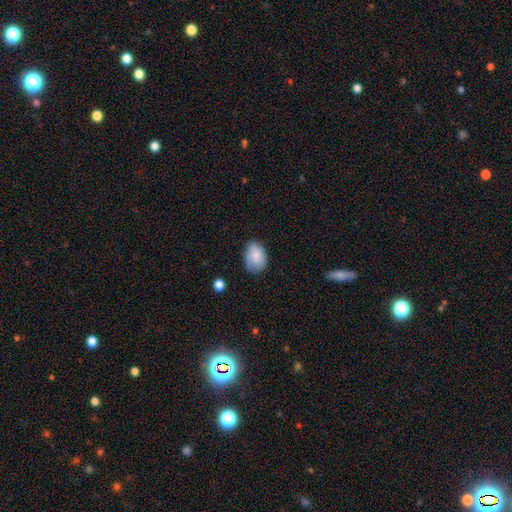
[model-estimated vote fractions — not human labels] Smooth or featured? Predicted: smooth (p=0.83). How rounded? Predicted: in between (p=0.75). Merging? Predicted: none (p=0.69).